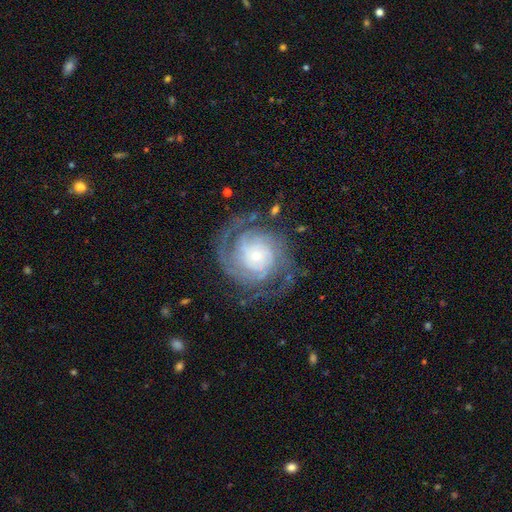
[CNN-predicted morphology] featured or disk 89%, smooth 6%, star or artifact 5%. Down the decision tree: edge-on disk — no (98%); bar — no (71%); spiral arms — yes (98%); spiral arm count — 2 (31%); spiral winding — tight (72%); bulge size — small (70%); merging — none (76%).